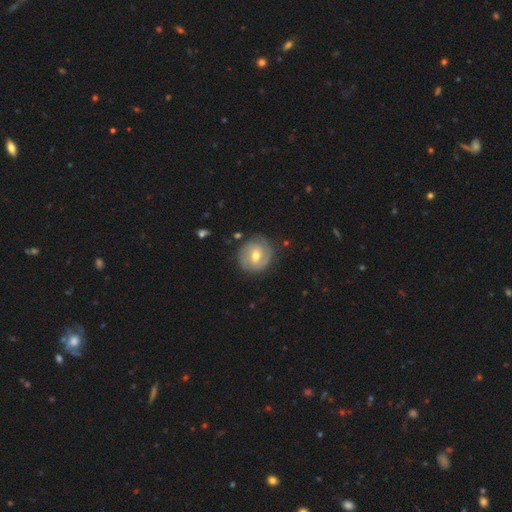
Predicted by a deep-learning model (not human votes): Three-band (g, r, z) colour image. It shows a featured or disk galaxy (73%) with a weak bar (51%), 2 (64%) tight (55%) spiral arms (87%) and a moderate central bulge (70%). Merging: none (80%).